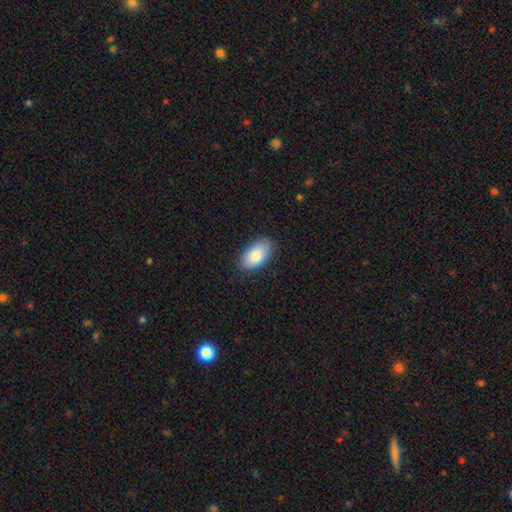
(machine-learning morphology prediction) A smooth galaxy with no disk features (85%) that is in between round and cigar-shaped (95%).

Vote fractions:
- Smooth or featured? smooth: 85% / featured or disk: 9% / star or artifact: 6%
- How rounded? in between: 95% / round: 3% / cigar-shaped: 2%
- Merging? none: 85% / minor disturbance: 12% / major disturbance: 2% / merger: 1%